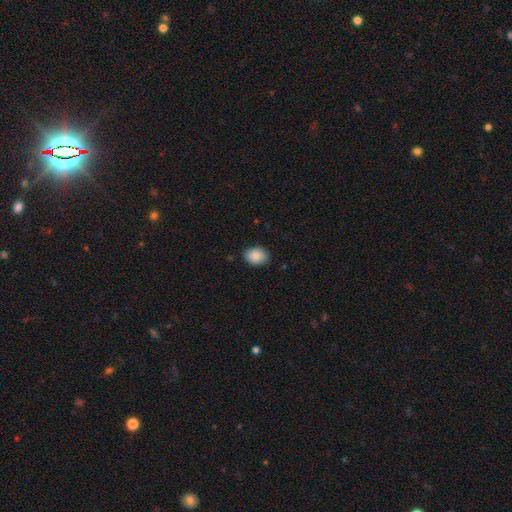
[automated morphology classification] smooth-or-featured: smooth: 88% | star or artifact: 7% | featured or disk: 4%
  how-rounded: in between: 69% | round: 30% | cigar-shaped: 1%
  merging: none: 85% | minor disturbance: 12% | major disturbance: 2% | merger: 1%